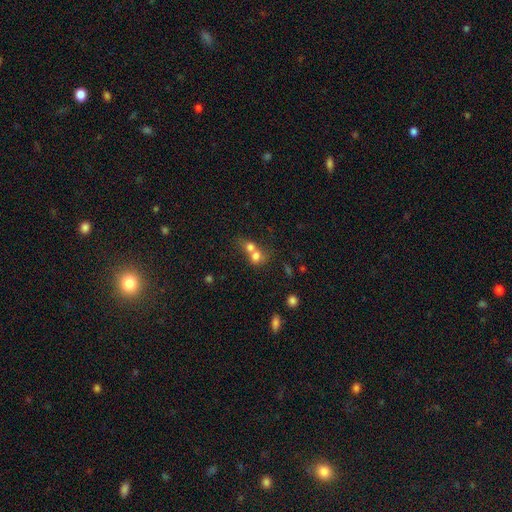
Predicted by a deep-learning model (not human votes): Morphology: type=smooth (72%); roundness=round (66%); merging=merger (71%).